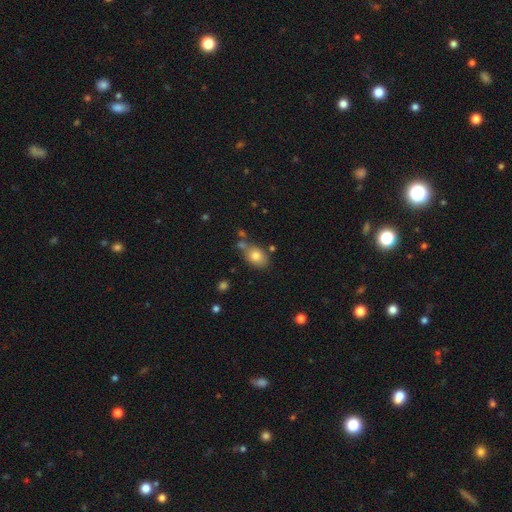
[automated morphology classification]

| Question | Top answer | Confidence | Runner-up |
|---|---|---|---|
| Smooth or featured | smooth | 78% | featured or disk (12%) |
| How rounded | in between | 73% | round (25%) |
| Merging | none | 61% | minor disturbance (18%) |